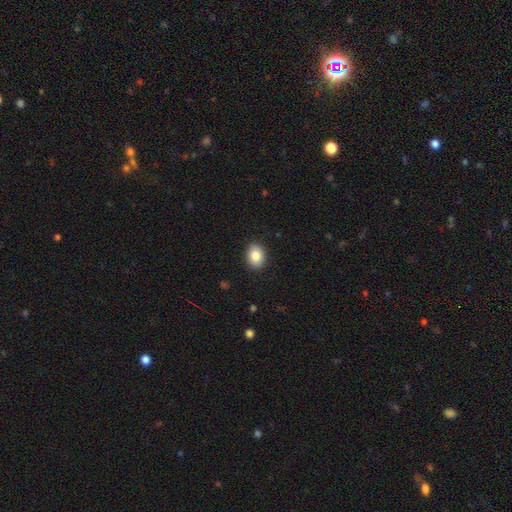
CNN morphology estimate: smooth-or-featured: smooth: 84% | star or artifact: 8% | featured or disk: 8%
  how-rounded: in between: 57% | round: 42% | cigar-shaped: 1%
  merging: none: 90% | minor disturbance: 7% | major disturbance: 2% | merger: 1%